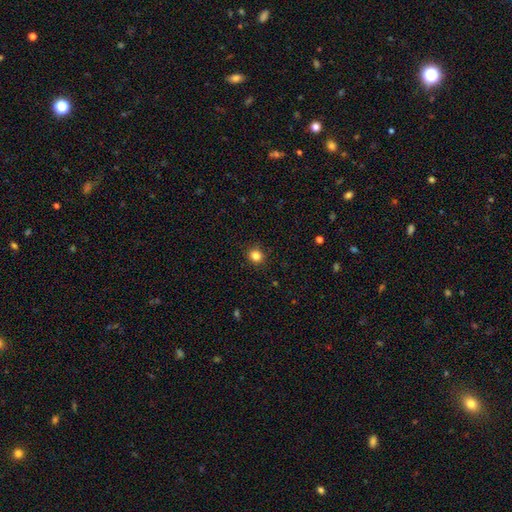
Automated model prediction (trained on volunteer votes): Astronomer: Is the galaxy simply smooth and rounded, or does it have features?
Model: smooth — 84%.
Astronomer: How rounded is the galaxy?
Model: round — 83%.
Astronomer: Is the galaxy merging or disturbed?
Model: none — 90%.